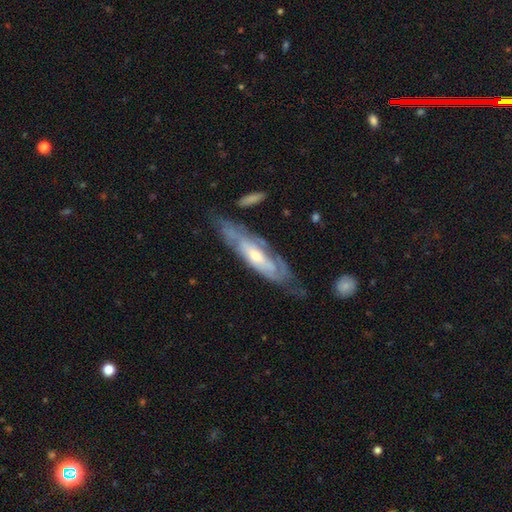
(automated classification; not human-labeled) A featured or disk galaxy (74%) with no bar (62%), spiral arms (78%) and a moderate central bulge (53%).

Vote fractions:
- Smooth or featured? featured or disk: 74% / smooth: 21% / star or artifact: 5%
- Edge-on disk? no: 74% / yes: 26%
- Bar? no: 62% / weak: 28% / strong: 10%
- Spiral arms? yes: 78% / no: 22%
- Bulge size? moderate: 53% / small: 39% / large: 6% / none: 2% / dominant: 1%
- Merging? none: 56% / minor disturbance: 25% / major disturbance: 15% / merger: 4%